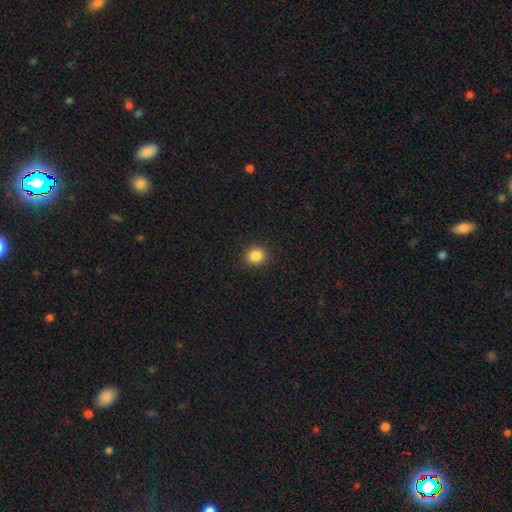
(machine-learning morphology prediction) Q: Smooth or featured?
A: smooth (85%); runner-up: star or artifact (11%)
Q: How rounded?
A: round (85%); runner-up: in between (14%)
Q: Merging?
A: none (90%); runner-up: minor disturbance (7%)